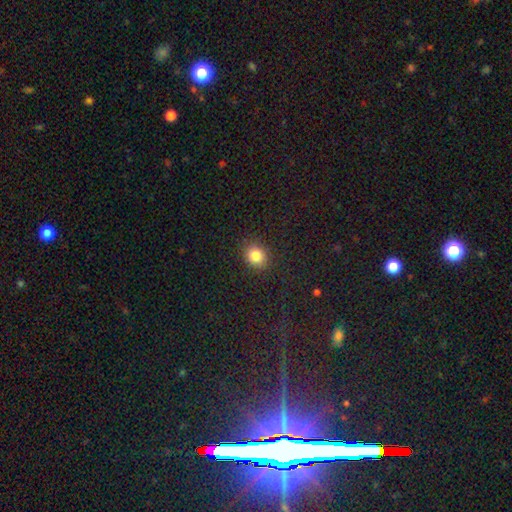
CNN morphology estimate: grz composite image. It shows a smooth galaxy with no disk features (84%) that is round (67%). Merging: none (88%).